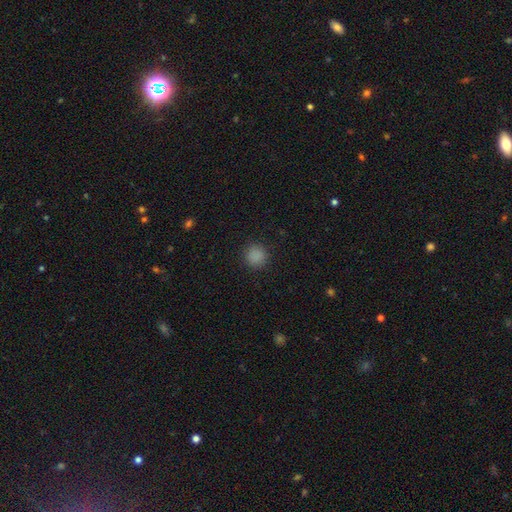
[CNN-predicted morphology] Smooth or featured: smooth — 86% (star or artifact — 11%)
How rounded: round — 92% (in between — 7%)
Merging: none — 90% (minor disturbance — 7%)